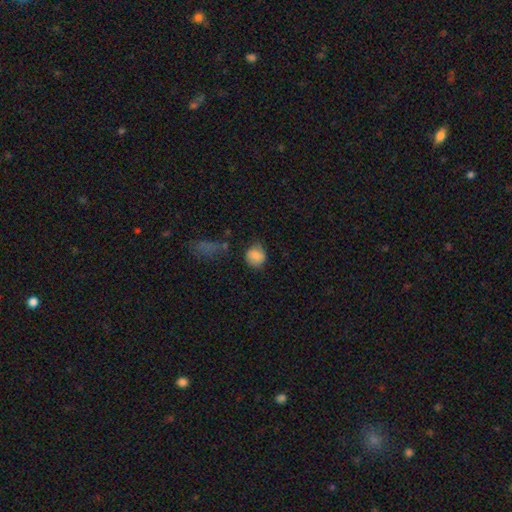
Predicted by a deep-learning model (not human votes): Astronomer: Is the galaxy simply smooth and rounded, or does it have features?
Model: smooth — 83%.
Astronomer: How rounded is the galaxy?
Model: round — 80%.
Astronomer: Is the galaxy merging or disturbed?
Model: none — 68%.